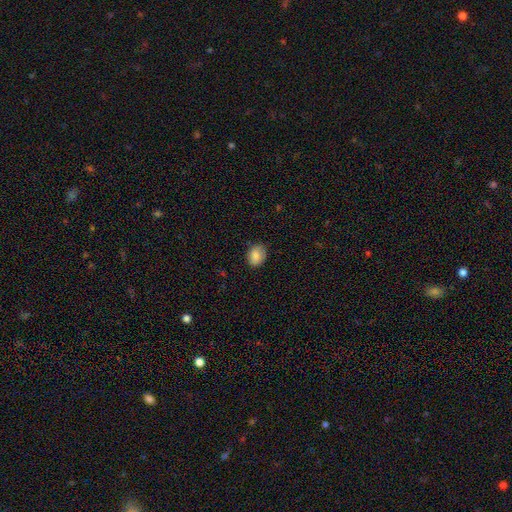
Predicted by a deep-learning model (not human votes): smooth 85%, star or artifact 8%, featured or disk 7%. Down the decision tree: how rounded — in between (59%); merging — none (81%).